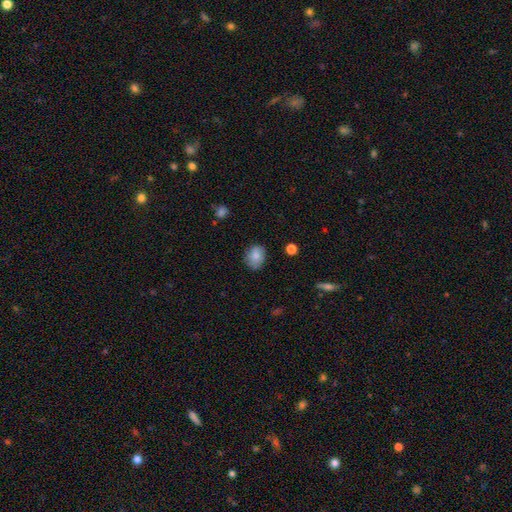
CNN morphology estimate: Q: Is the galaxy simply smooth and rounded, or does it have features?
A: smooth — 82%.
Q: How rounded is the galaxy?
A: in between — 55%.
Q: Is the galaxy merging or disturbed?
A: none — 78%.